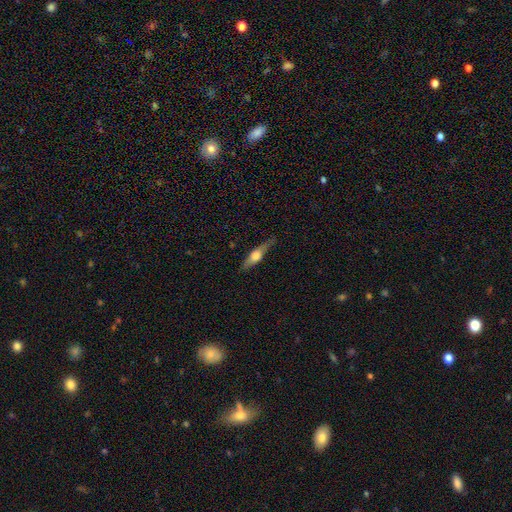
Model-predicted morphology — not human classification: smooth-or-featured: featured or disk: 59% | smooth: 35% | star or artifact: 6%
  disk-edge-on: yes: 94% | no: 6%
    edge-on-bulge: rounded: 92% | boxy: 6% | none: 2%
  merging: none: 79% | minor disturbance: 16% | major disturbance: 4% | merger: 1%